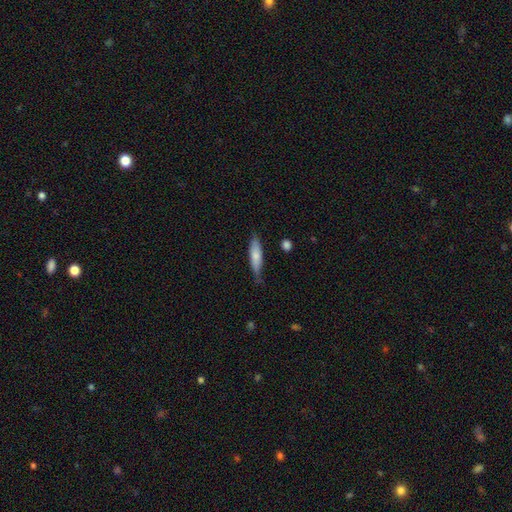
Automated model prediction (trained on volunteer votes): Morphology: type=smooth (73%); roundness=cigar-shaped (69%); merging=none (71%).